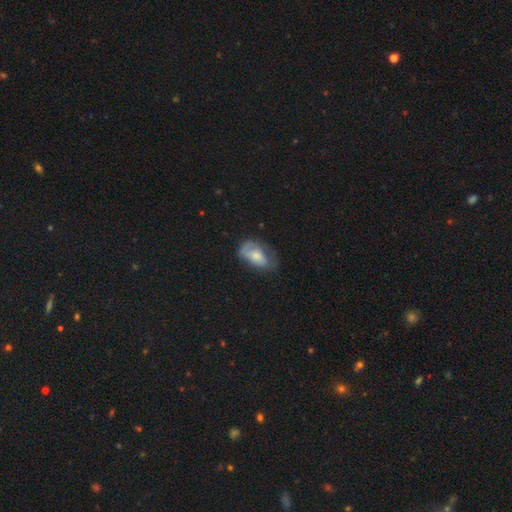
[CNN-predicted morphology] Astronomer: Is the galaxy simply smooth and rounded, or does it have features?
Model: smooth — 60%.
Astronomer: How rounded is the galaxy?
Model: in between — 90%.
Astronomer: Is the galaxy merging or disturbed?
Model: none — 46% (runner-up: minor disturbance, 32%).